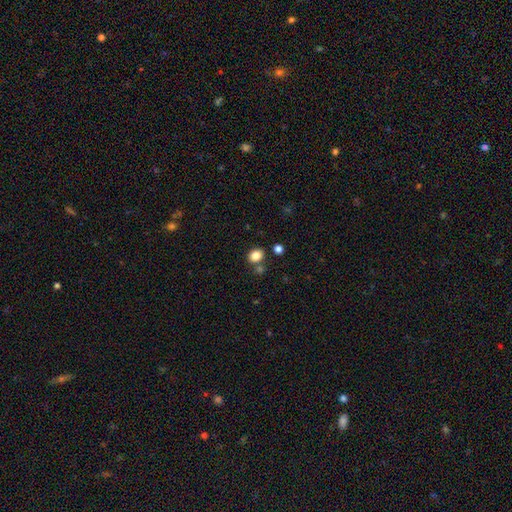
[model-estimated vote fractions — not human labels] A smooth galaxy with no disk features (84%) that is round (52%). Merging: none (73%).